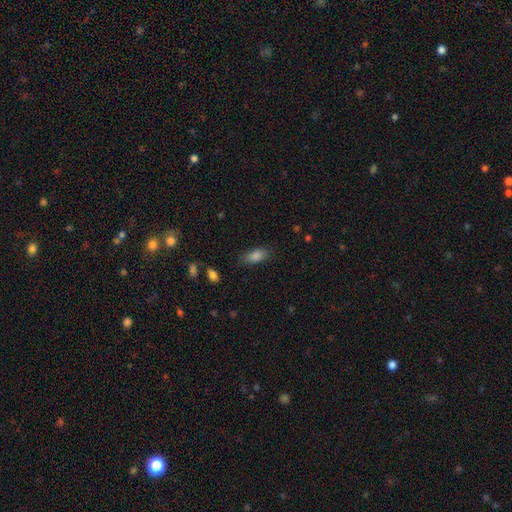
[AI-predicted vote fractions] A smooth galaxy with no disk features (84%) that is in between round and cigar-shaped (86%). Merging: none (81%).